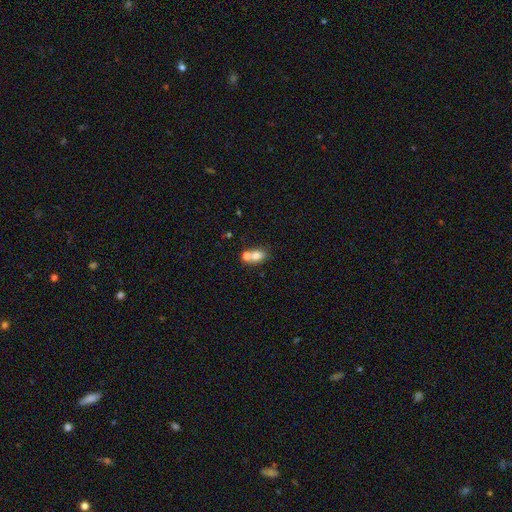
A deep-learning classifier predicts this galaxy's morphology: Smooth or featured?
  - smooth: 75% *
  - featured or disk: 15%
  - star or artifact: 10%
How rounded?
  - in between: 71% *
  - round: 26%
  - cigar-shaped: 2%
Merging?
  - merger: 55% *
  - none: 32%
  - minor disturbance: 9%
  - major disturbance: 4%